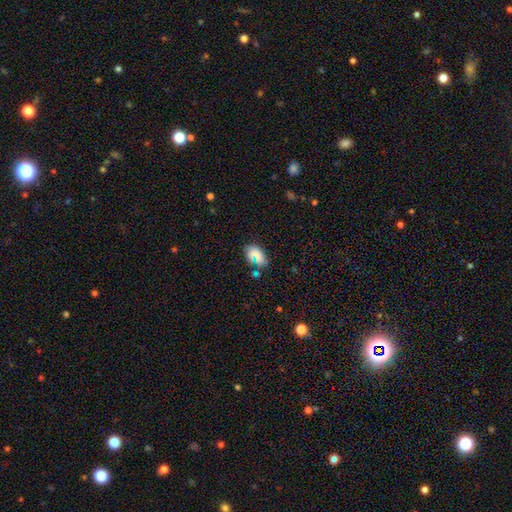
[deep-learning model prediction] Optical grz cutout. It shows a smooth galaxy with no disk features (73%) that is in between round and cigar-shaped (87%). Merging: none (69%).